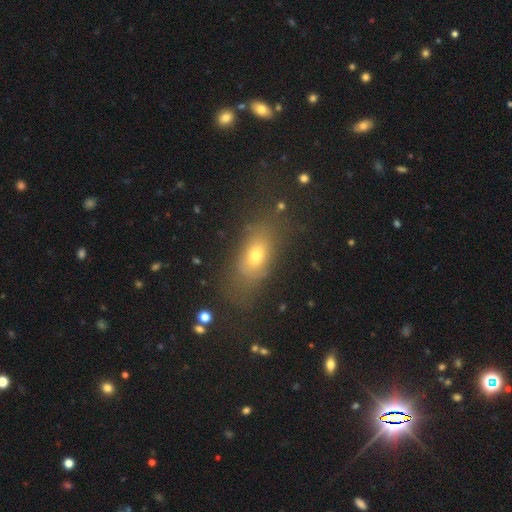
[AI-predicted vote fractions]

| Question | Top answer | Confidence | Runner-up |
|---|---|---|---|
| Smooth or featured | smooth | 68% | featured or disk (19%) |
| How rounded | in between | 79% | round (12%) |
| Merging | none | 68% | minor disturbance (18%) |